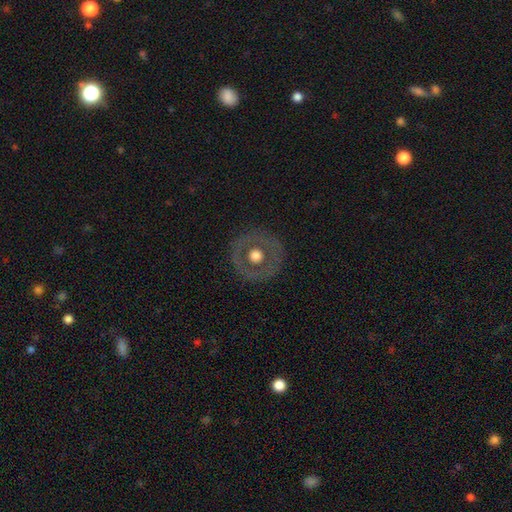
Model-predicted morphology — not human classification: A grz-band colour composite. It shows a smooth galaxy with no disk features (49%). Merging: none (85%).